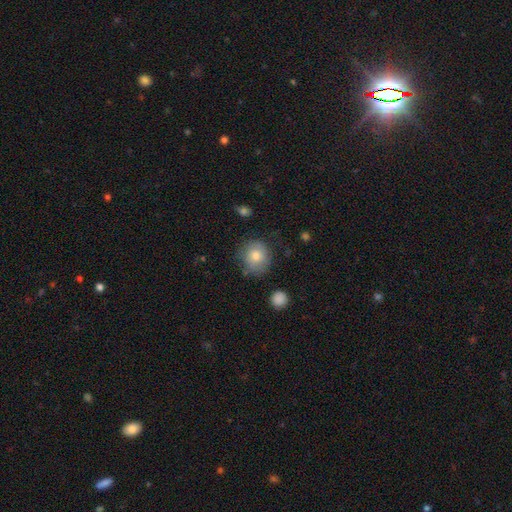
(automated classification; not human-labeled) smooth_or_featured: smooth (p=0.77) [alt: featured or disk p=0.14]
how_rounded: round (p=0.82) [alt: in between p=0.17]
merging: none (p=0.73) [alt: minor disturbance p=0.19]